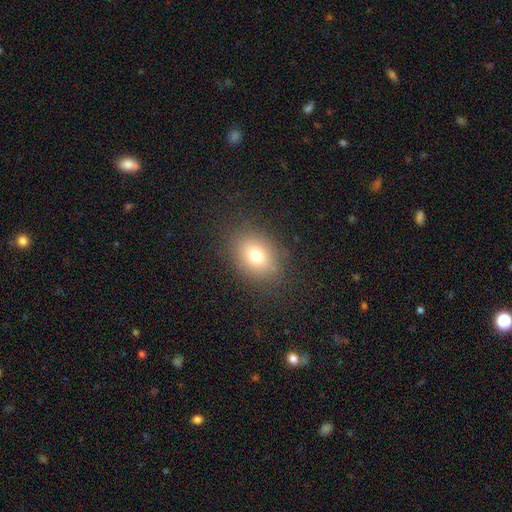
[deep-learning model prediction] Q: Smooth or featured?
A: smooth (75%); runner-up: star or artifact (13%)
Q: How rounded?
A: in between (64%); runner-up: round (35%)
Q: Merging?
A: none (84%); runner-up: minor disturbance (11%)